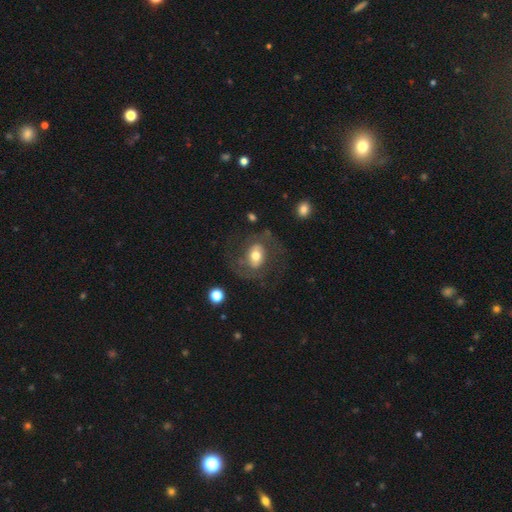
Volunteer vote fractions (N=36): This appears to be a smooth galaxy with no disk features (69%) that is in between round and cigar-shaped (72%). Merging: none (56%).